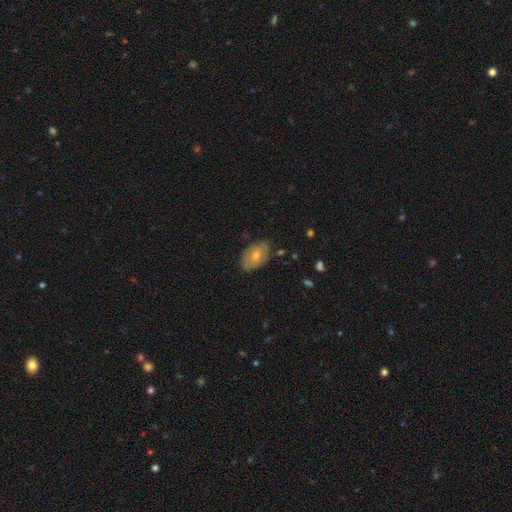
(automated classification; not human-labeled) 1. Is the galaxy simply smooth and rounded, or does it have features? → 55% smooth, 36% featured or disk, 9% star or artifact.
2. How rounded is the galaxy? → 88% in between, 11% round, 2% cigar-shaped.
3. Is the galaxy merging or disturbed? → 78% none, 18% minor disturbance, 3% major disturbance, 2% merger.